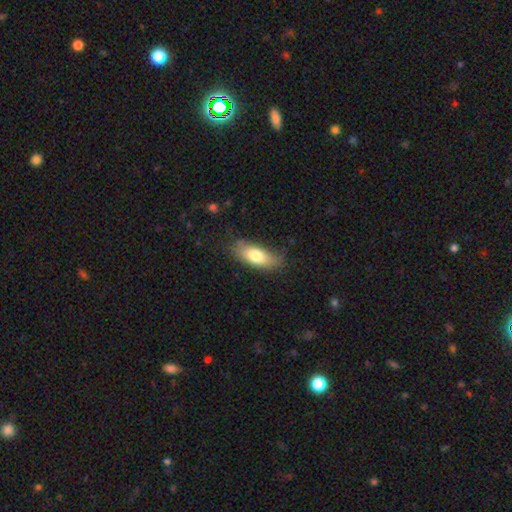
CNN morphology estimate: Smooth or featured: smooth — 74% (featured or disk — 19%)
How rounded: in between — 79% (cigar-shaped — 18%)
Merging: none — 71% (minor disturbance — 22%)